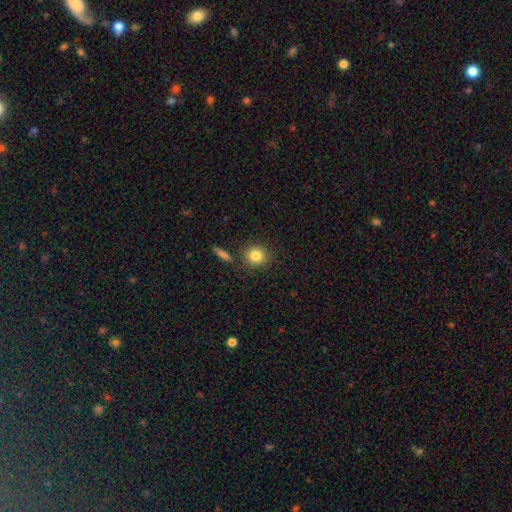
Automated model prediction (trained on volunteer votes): Smooth or featured? smooth (83%)
How rounded? round (85%)
Merging? none (84%)